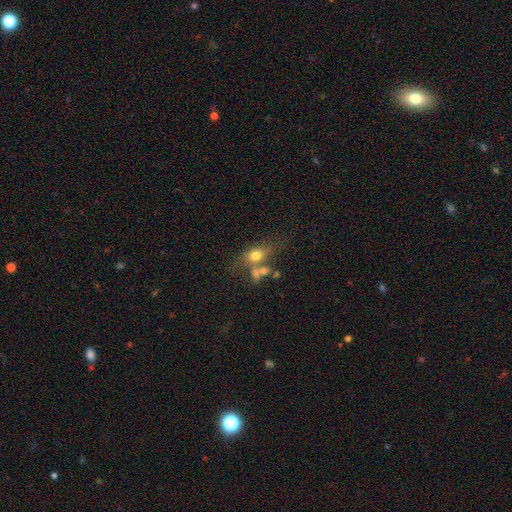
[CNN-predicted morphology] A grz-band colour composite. It shows a smooth galaxy with no disk features (65%) that is in between round and cigar-shaped (62%). Merging: none (41%).